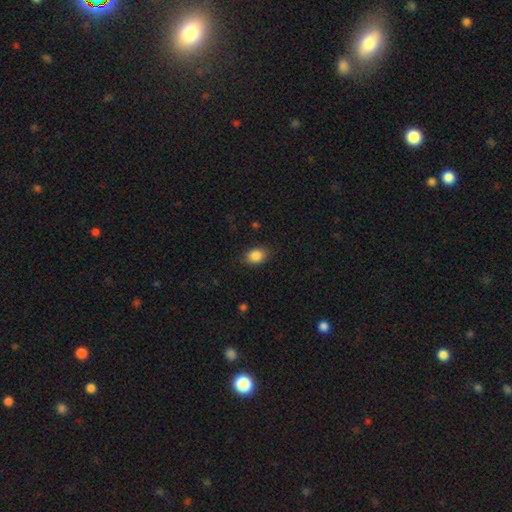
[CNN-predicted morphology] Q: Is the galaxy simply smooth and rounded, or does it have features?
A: smooth — 87%.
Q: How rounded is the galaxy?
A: in between — 66%.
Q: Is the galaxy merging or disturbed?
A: none — 84%.